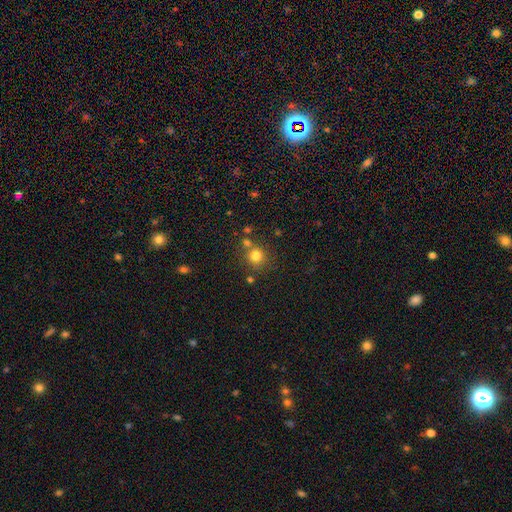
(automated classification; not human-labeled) This appears to be a smooth galaxy with no disk features (78%) that is round (91%). Merging: none (72%).